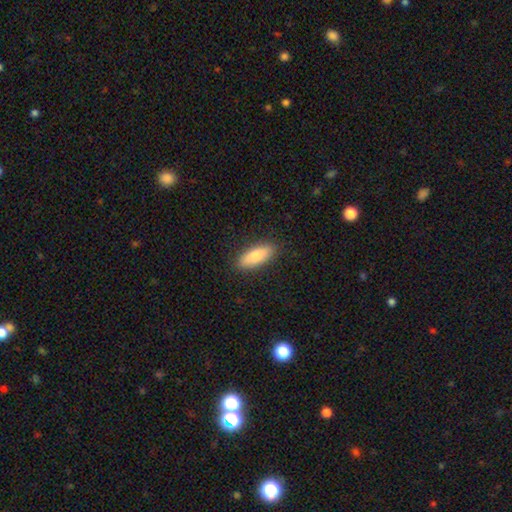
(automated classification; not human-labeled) smooth-or-featured: smooth: 83% | featured or disk: 11% | star or artifact: 6%
  how-rounded: in between: 67% | cigar-shaped: 31% | round: 2%
  merging: none: 88% | minor disturbance: 9% | major disturbance: 2% | merger: 1%